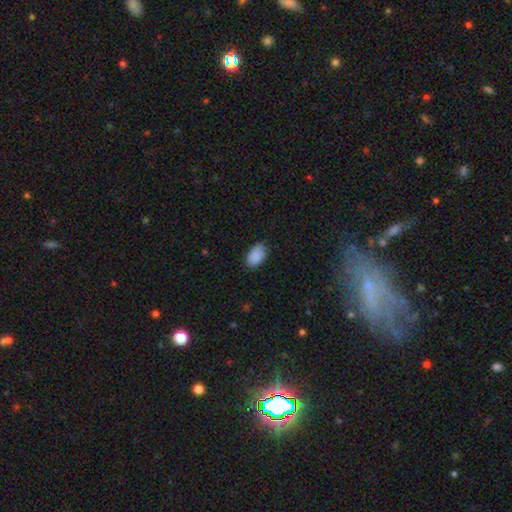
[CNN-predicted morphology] A smooth galaxy with no disk features (89%) that is in between round and cigar-shaped (93%).

Vote fractions:
- Smooth or featured? smooth: 89% / star or artifact: 7% / featured or disk: 4%
- How rounded? in between: 93% / round: 6% / cigar-shaped: 1%
- Merging? none: 77% / minor disturbance: 20% / major disturbance: 3% / merger: 1%